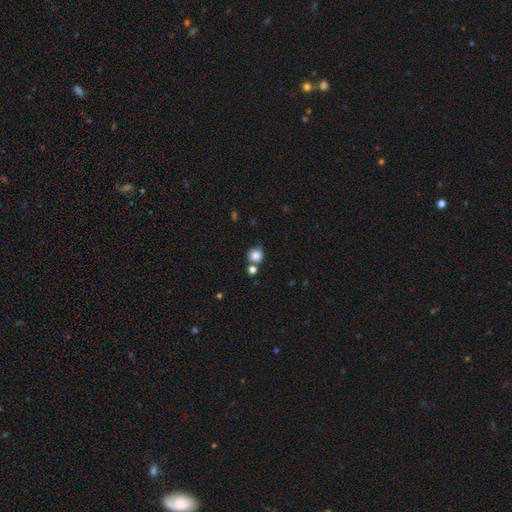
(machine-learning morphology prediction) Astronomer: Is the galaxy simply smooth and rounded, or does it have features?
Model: smooth — 83%.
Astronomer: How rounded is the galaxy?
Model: round — 88%.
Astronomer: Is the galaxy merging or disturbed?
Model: none — 65%.